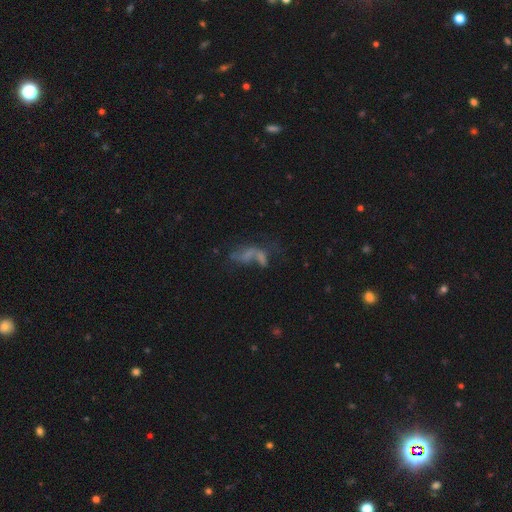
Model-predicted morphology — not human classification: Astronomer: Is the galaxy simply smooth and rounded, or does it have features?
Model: featured or disk — 40% (runner-up: smooth, 34%).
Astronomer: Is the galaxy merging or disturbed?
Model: major disturbance — 31% (runner-up: none, 28%).